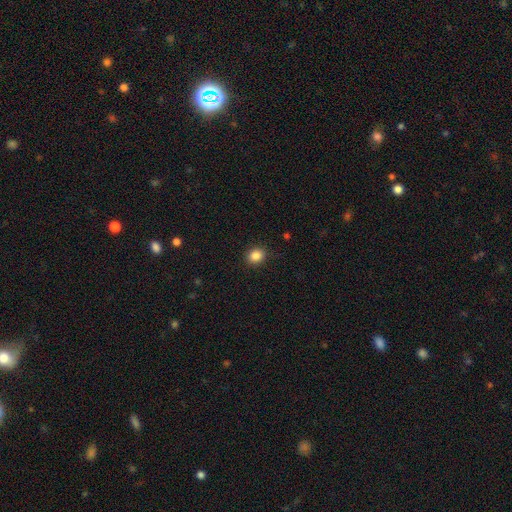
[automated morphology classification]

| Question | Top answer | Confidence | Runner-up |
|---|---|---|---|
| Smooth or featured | smooth | 86% | star or artifact (10%) |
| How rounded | round | 71% | in between (28%) |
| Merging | none | 90% | minor disturbance (7%) |